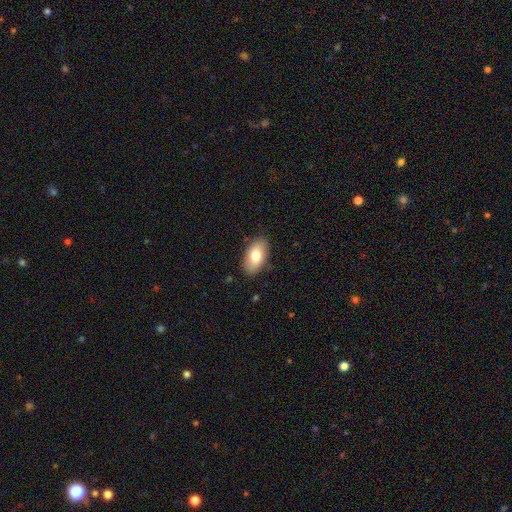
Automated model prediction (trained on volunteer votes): smooth-or-featured: smooth: 77% | featured or disk: 16% | star or artifact: 6%
  how-rounded: in between: 93% | round: 4% | cigar-shaped: 3%
  merging: none: 85% | minor disturbance: 11% | major disturbance: 2% | merger: 1%